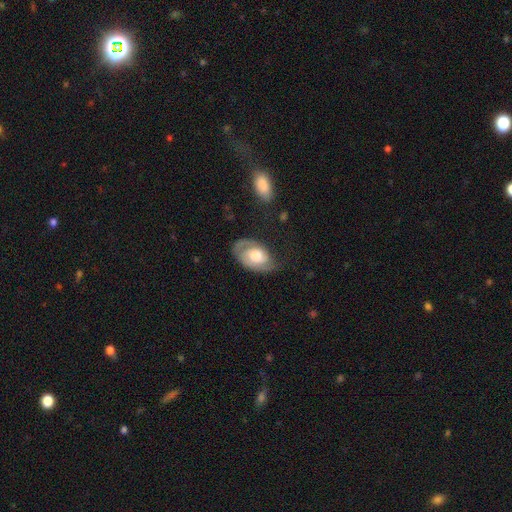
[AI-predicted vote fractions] Smooth or featured? Predicted: featured or disk (p=0.63). Edge-on disk? Predicted: no (p=0.96). Bar? Predicted: no (p=0.77). Spiral arms? Predicted: yes (p=0.79). Bulge size? Predicted: large (p=0.51). Merging? Predicted: none (p=0.53).